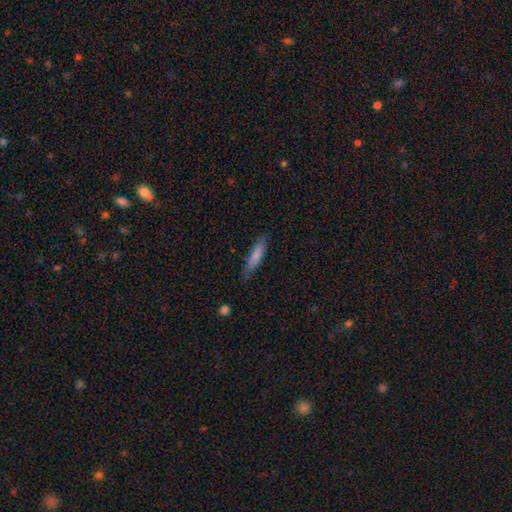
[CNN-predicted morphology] This is likely a smooth galaxy (77%). How rounded: clearly cigar-shaped (83%). Merging: likely none (80%).